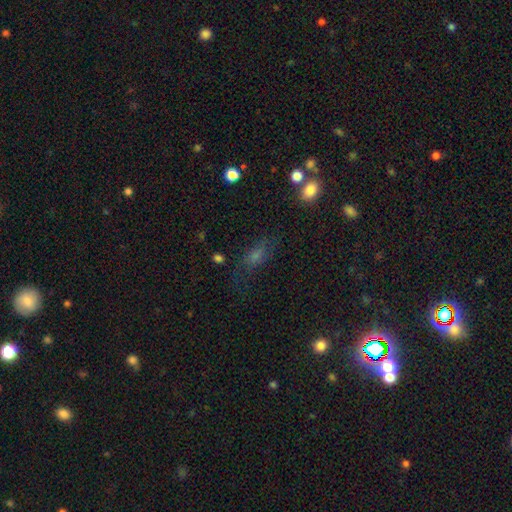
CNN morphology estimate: This is possibly a smooth galaxy (52%). How rounded: likely in between (74%). Merging: possibly none (59%).